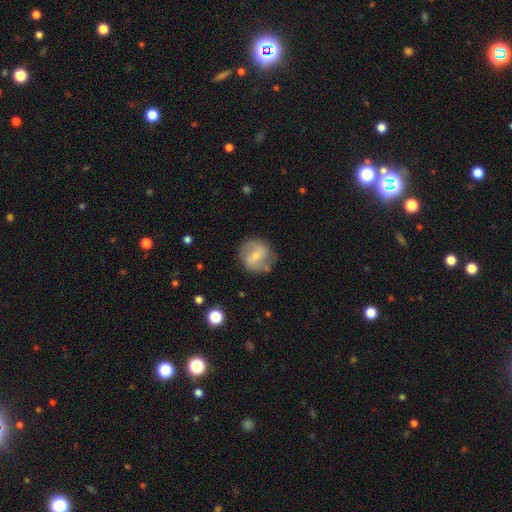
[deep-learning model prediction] A featured or disk galaxy (57%) with a weak bar (49%), spiral arms (77%) and a small central bulge (54%).

Vote fractions:
- Smooth or featured? featured or disk: 57% / smooth: 37% / star or artifact: 7%
- Edge-on disk? no: 96% / yes: 4%
- Bar? weak: 49% / strong: 27% / no: 25%
- Spiral arms? yes: 77% / no: 23%
- Bulge size? small: 54% / moderate: 40% / none: 4% / large: 2% / dominant: 1%
- Merging? none: 77% / minor disturbance: 15% / major disturbance: 6% / merger: 2%